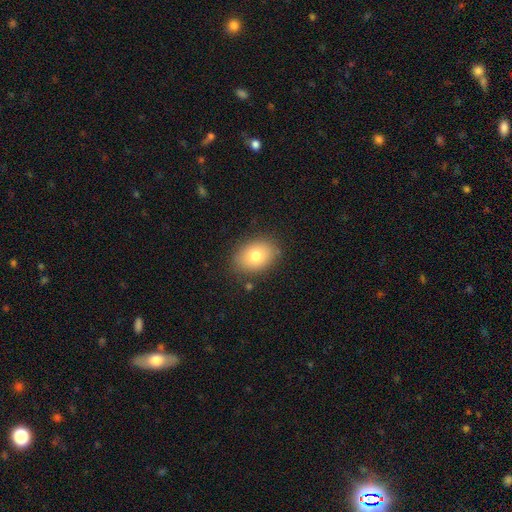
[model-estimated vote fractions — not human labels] Smooth or featured? smooth (78%)
How rounded? in between (73%)
Merging? none (84%)